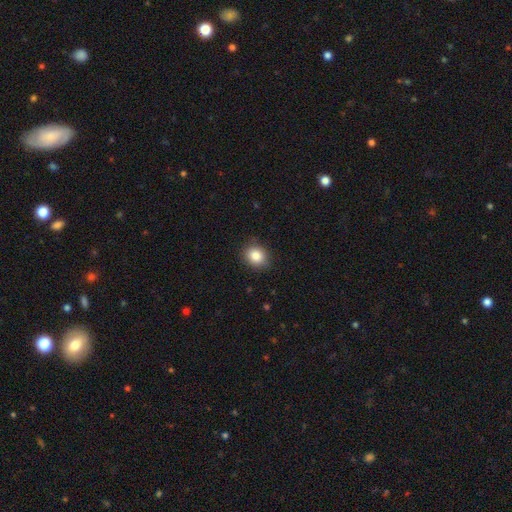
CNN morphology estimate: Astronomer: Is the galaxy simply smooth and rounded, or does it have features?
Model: smooth — 85%.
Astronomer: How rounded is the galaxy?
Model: round — 68%.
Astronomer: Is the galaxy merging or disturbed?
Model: none — 85%.